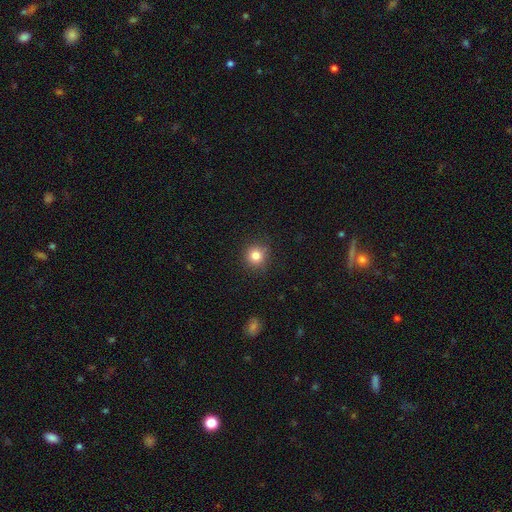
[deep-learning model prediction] Morphology: type=smooth (83%); roundness=round (93%); merging=none (89%).